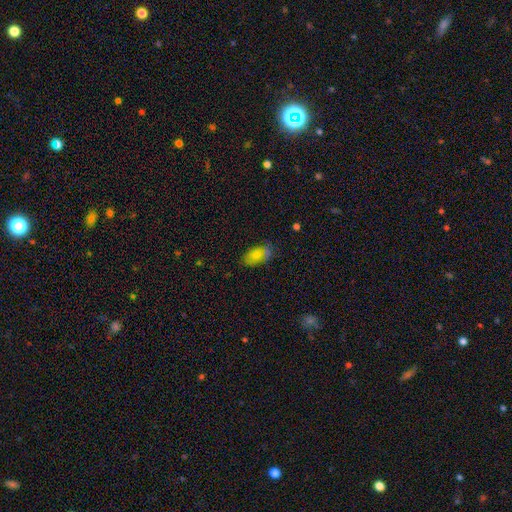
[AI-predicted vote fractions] This is likely a smooth galaxy (74%). How rounded: clearly in between (91%). Merging: likely none (61%).